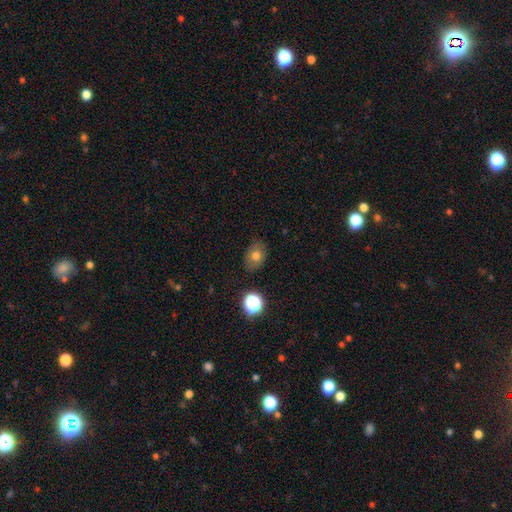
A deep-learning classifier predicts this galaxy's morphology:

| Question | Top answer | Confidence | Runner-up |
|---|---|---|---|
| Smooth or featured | smooth | 72% | featured or disk (15%) |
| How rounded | in between | 68% | round (31%) |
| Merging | none | 83% | minor disturbance (13%) |